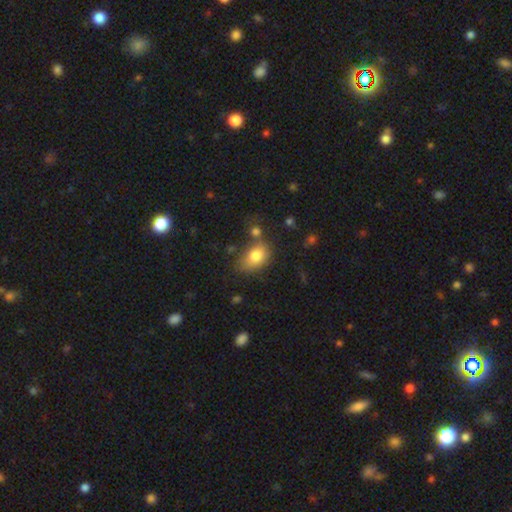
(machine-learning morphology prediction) A smooth galaxy with no disk features (80%) that is in between round and cigar-shaped (82%). Merging: none (55%).